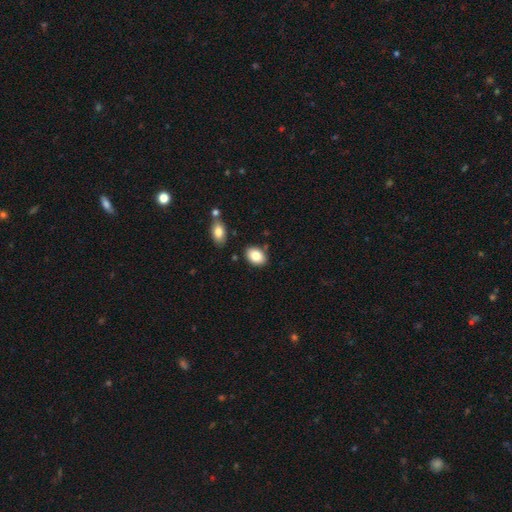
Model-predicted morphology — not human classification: smooth-or-featured: smooth: 84% | featured or disk: 9% | star or artifact: 8%
  how-rounded: in between: 83% | round: 15% | cigar-shaped: 1%
  merging: none: 82% | minor disturbance: 11% | merger: 5% | major disturbance: 2%